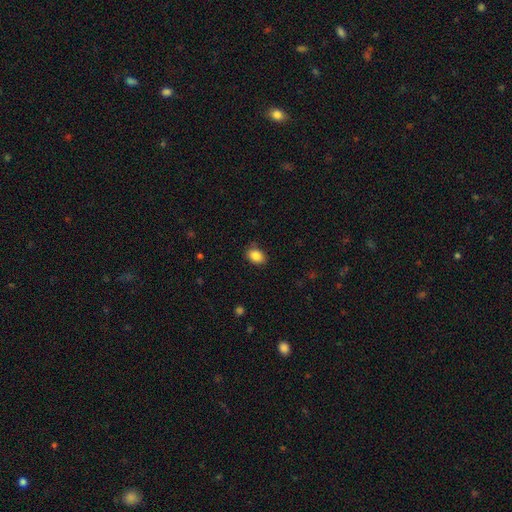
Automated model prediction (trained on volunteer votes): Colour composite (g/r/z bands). It shows a smooth galaxy with no disk features (87%) that is in between round and cigar-shaped (74%). Merging: none (81%).